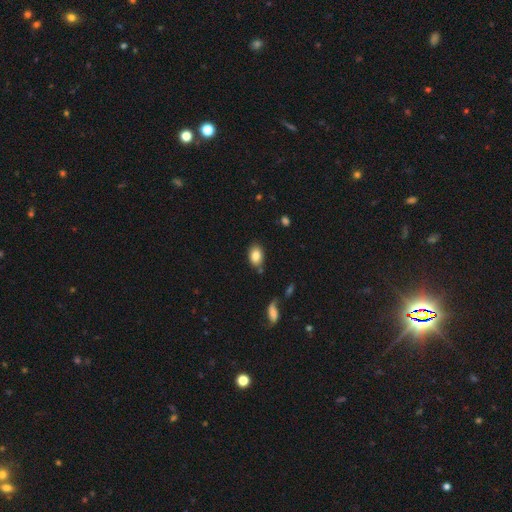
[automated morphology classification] Q: Smooth or featured?
A: smooth (85%); runner-up: star or artifact (8%)
Q: How rounded?
A: in between (83%); runner-up: round (16%)
Q: Merging?
A: none (79%); runner-up: minor disturbance (14%)